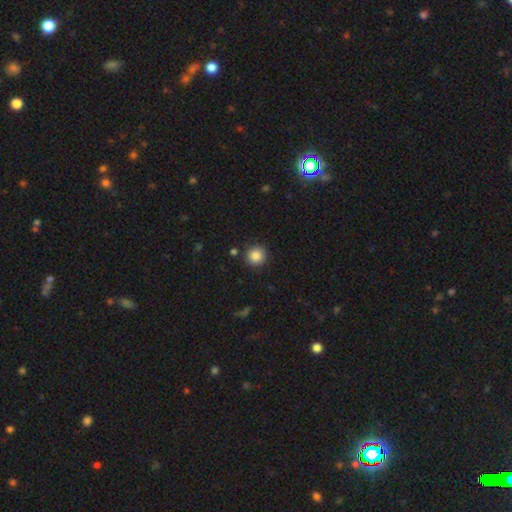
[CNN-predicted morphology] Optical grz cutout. It shows a smooth galaxy with no disk features (86%) that is round (94%). Merging: none (89%).